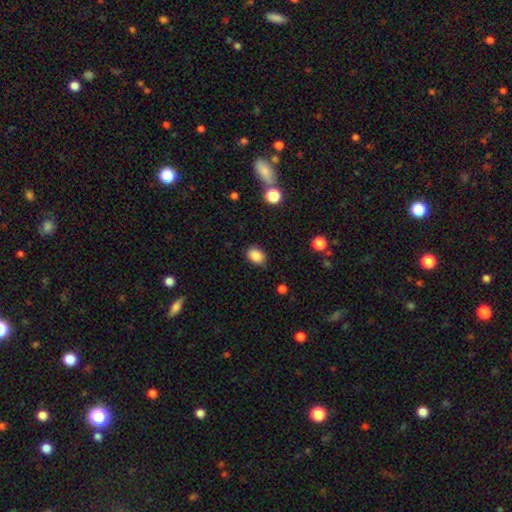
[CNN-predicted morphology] A smooth galaxy with no disk features (86%) that is in between round and cigar-shaped (70%).

Vote fractions:
- Smooth or featured? smooth: 86% / star or artifact: 10% / featured or disk: 4%
- How rounded? in between: 70% / round: 29% / cigar-shaped: 1%
- Merging? none: 83% / minor disturbance: 13% / major disturbance: 3% / merger: 1%